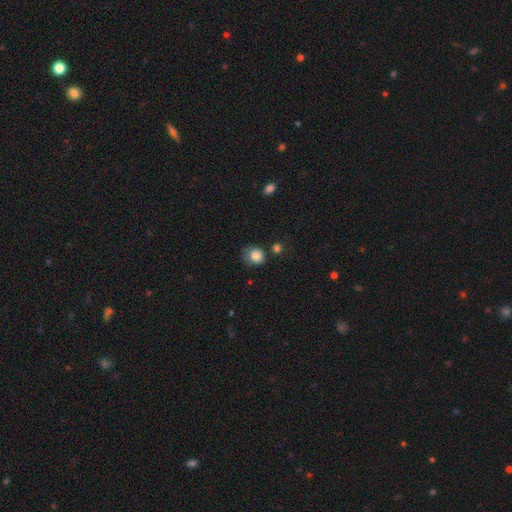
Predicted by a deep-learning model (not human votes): The model was most divided on "merging": none: 52%, minor disturbance: 31%, major disturbance: 12%, merger: 5%. More confident: smooth or featured — smooth (82%); how rounded — round (73%).